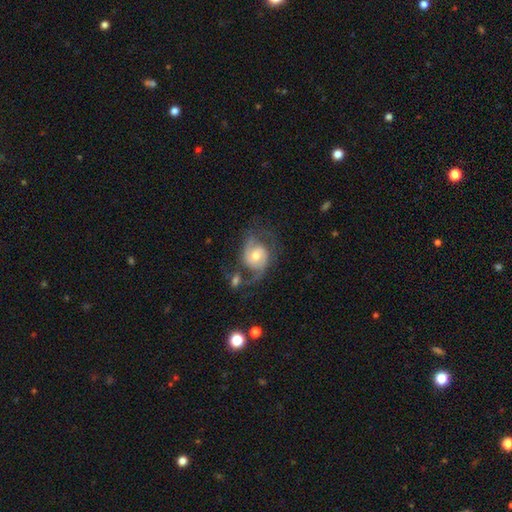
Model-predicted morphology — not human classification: A featured or disk galaxy (81%) with no bar (59%), 2 (83%) medium (48%) spiral arms (93%) and a moderate central bulge (70%). Merging: none (46%).